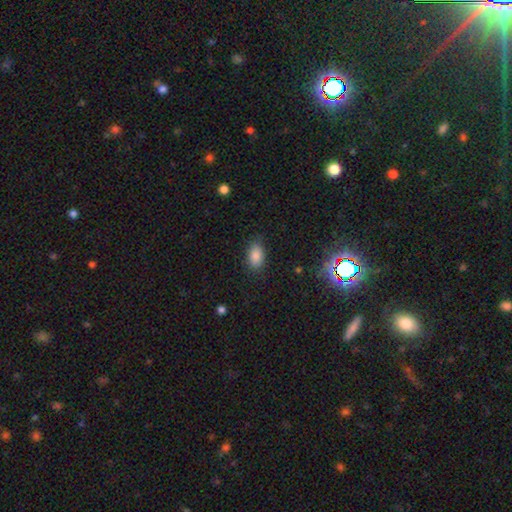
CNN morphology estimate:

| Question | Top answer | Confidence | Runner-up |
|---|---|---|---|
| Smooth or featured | smooth | 86% | star or artifact (9%) |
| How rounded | in between | 91% | round (6%) |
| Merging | none | 84% | minor disturbance (12%) |